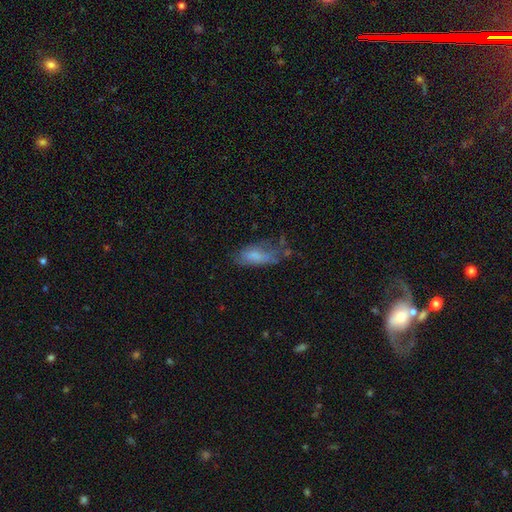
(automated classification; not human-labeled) Smooth or featured? Predicted: smooth (p=0.68). How rounded? Predicted: in between (p=0.78). Merging? Predicted: minor disturbance (p=0.33).